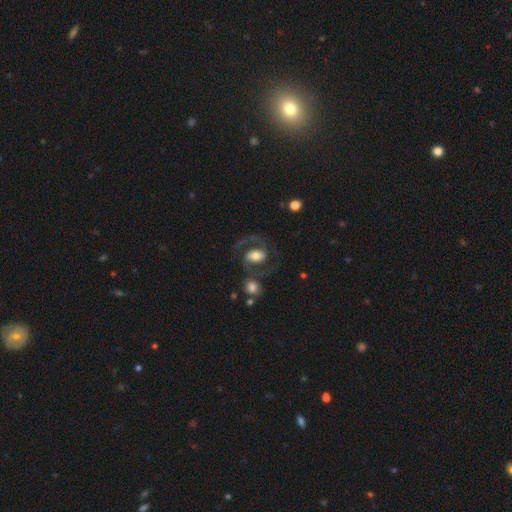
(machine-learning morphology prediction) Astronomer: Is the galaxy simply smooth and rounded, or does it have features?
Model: featured or disk — 75%.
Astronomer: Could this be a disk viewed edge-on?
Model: no — 97%.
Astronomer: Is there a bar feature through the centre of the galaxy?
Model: weak — 36% (runner-up: no, 34%).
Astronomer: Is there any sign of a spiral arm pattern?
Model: yes — 92%.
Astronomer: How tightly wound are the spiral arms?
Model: medium — 57%.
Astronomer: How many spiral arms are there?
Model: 2 — 91%.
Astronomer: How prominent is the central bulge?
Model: moderate — 53%.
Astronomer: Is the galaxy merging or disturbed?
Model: none — 64%.